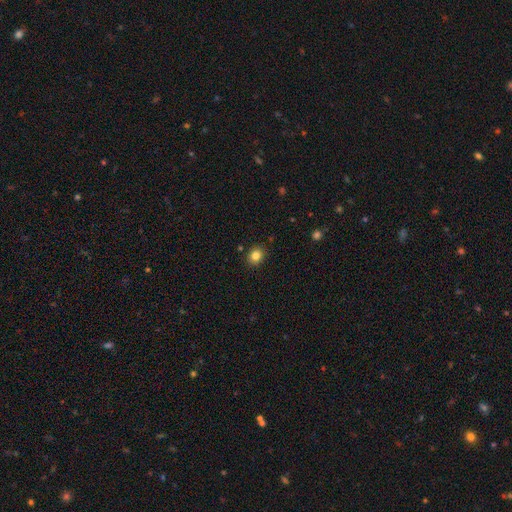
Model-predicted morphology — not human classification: smooth-or-featured: smooth: 82% | star or artifact: 12% | featured or disk: 6%
  how-rounded: round: 68% | in between: 31% | cigar-shaped: 1%
  merging: none: 89% | minor disturbance: 8% | major disturbance: 2% | merger: 2%